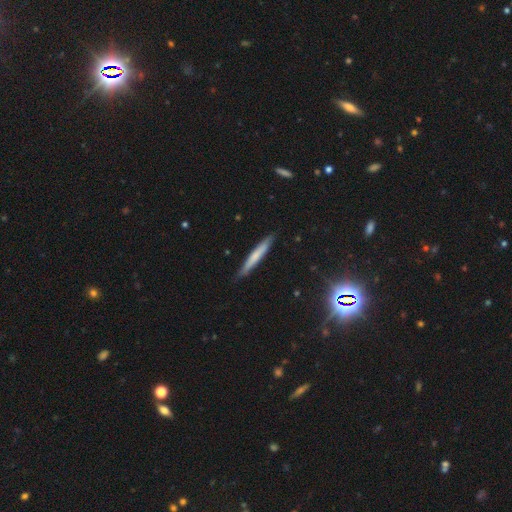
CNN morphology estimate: Smooth or featured?
  - smooth: 62% *
  - featured or disk: 32%
  - star or artifact: 7%
How rounded?
  - cigar-shaped: 95% *
  - in between: 4%
  - round: 1%
Merging?
  - none: 87% *
  - minor disturbance: 10%
  - major disturbance: 2%
  - merger: 1%